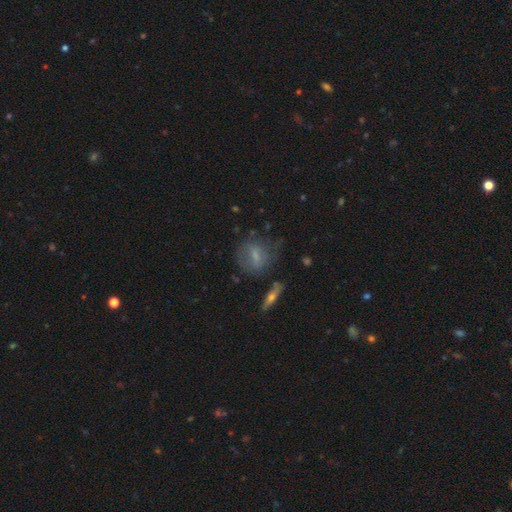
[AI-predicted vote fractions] smooth_or_featured: smooth (p=0.53) [alt: featured or disk p=0.36]
how_rounded: round (p=0.54) [alt: in between p=0.40]
merging: none (p=0.59) [alt: minor disturbance p=0.23]